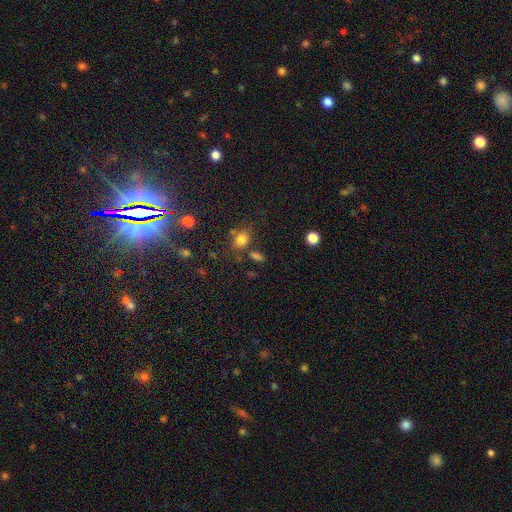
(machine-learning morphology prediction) A smooth galaxy with no disk features (61%) that is in between round and cigar-shaped (53%).

Vote fractions:
- Smooth or featured? smooth: 61% / star or artifact: 30% / featured or disk: 9%
- How rounded? in between: 53% / round: 44% / cigar-shaped: 3%
- Merging? none: 68% / minor disturbance: 14% / merger: 11% / major disturbance: 7%